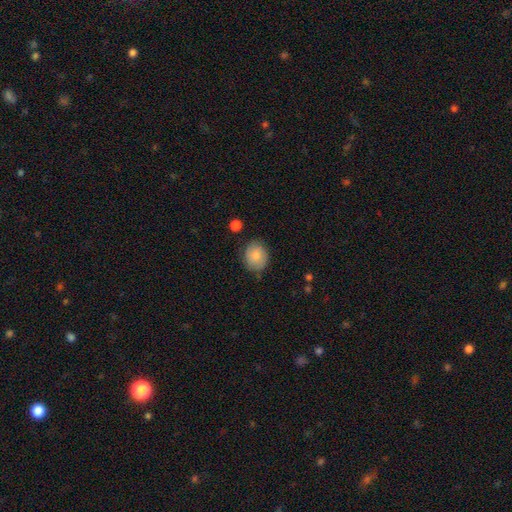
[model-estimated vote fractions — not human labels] Smooth or featured? smooth (85%)
How rounded? round (64%)
Merging? none (79%)